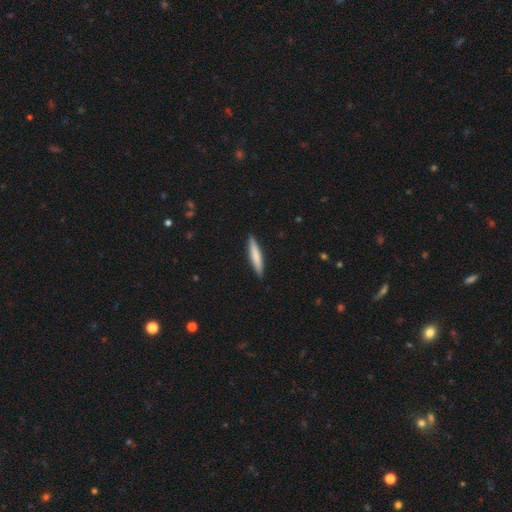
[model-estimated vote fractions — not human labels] The model was most divided on "smooth or featured": smooth: 71%, featured or disk: 24%, star or artifact: 5%. More confident: how rounded — cigar-shaped (91%); merging — none (90%).